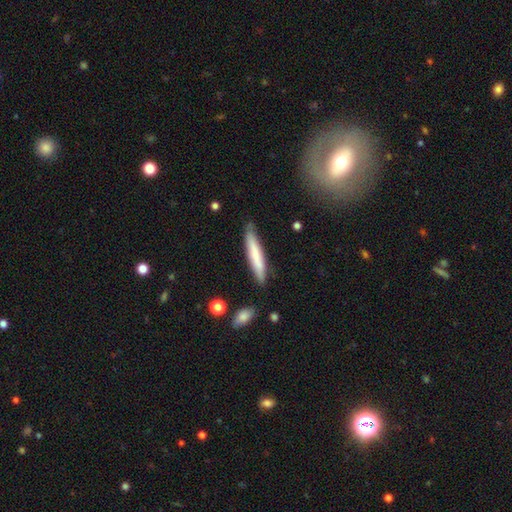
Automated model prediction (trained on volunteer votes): smooth-or-featured: smooth: 69% | featured or disk: 25% | star or artifact: 6%
  how-rounded: cigar-shaped: 92% | in between: 7% | round: 1%
  merging: none: 81% | minor disturbance: 14% | major disturbance: 2% | merger: 2%